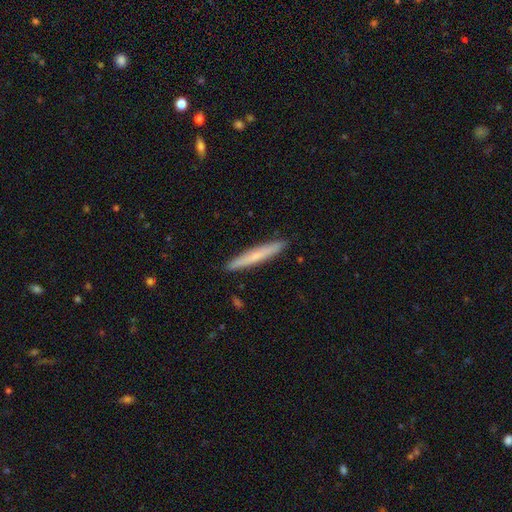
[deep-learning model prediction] Smooth or featured: smooth — 58% (featured or disk — 35%)
How rounded: cigar-shaped — 95% (in between — 3%)
Merging: none — 91% (minor disturbance — 7%)